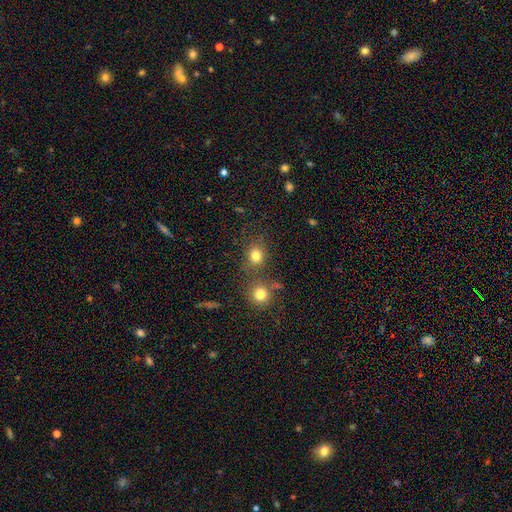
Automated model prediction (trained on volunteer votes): The model was most divided on "how rounded": round: 72%, in between: 27%, cigar-shaped: 1%. More confident: smooth or featured — smooth (79%); merging — none (68%).